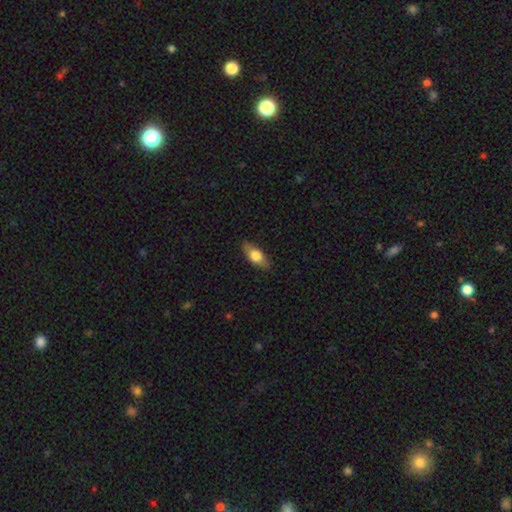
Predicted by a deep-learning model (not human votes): A smooth galaxy with no disk features (62%) that is in between round and cigar-shaped (76%). Merging: none (85%).